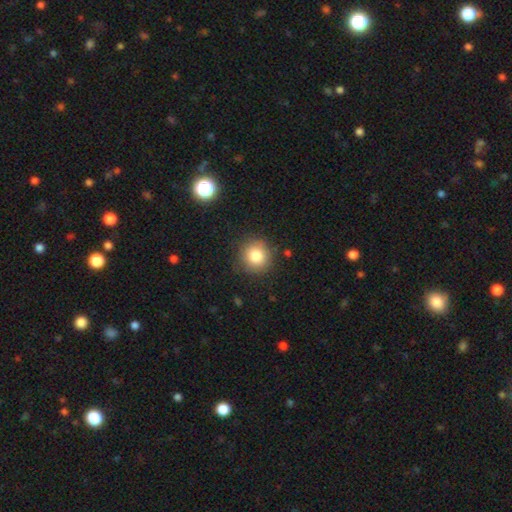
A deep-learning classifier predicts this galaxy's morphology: A smooth galaxy with no disk features (81%) that is round (92%).

Vote fractions:
- Smooth or featured? smooth: 81% / star or artifact: 11% / featured or disk: 8%
- How rounded? round: 92% / in between: 7% / cigar-shaped: 1%
- Merging? none: 86% / minor disturbance: 9% / major disturbance: 3% / merger: 2%